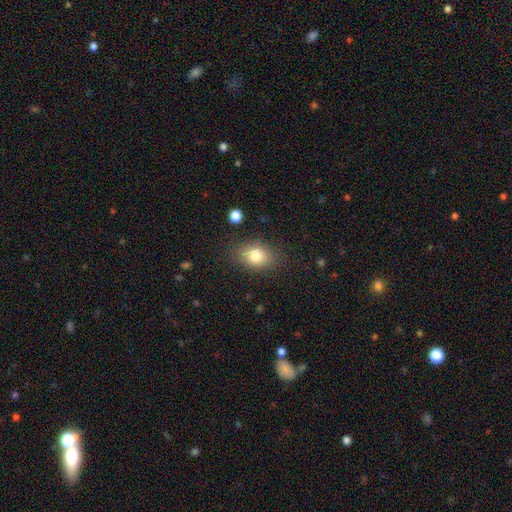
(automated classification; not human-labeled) Smooth or featured? smooth (79%)
How rounded? in between (72%)
Merging? none (81%)